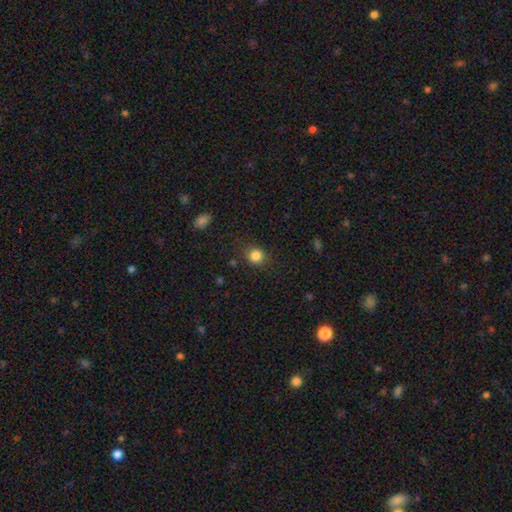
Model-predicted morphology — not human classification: smooth 84%, star or artifact 11%, featured or disk 4%. Down the decision tree: how rounded — round (80%); merging — none (84%).